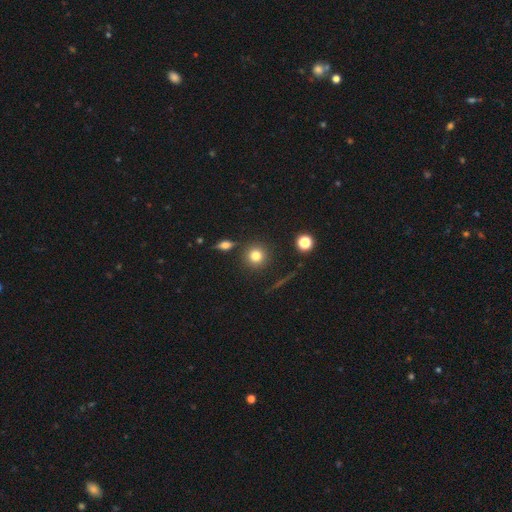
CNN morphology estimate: smooth-or-featured: smooth: 79% | star or artifact: 12% | featured or disk: 9%
  how-rounded: round: 92% | in between: 7% | cigar-shaped: 1%
  merging: none: 85% | minor disturbance: 7% | merger: 5% | major disturbance: 3%